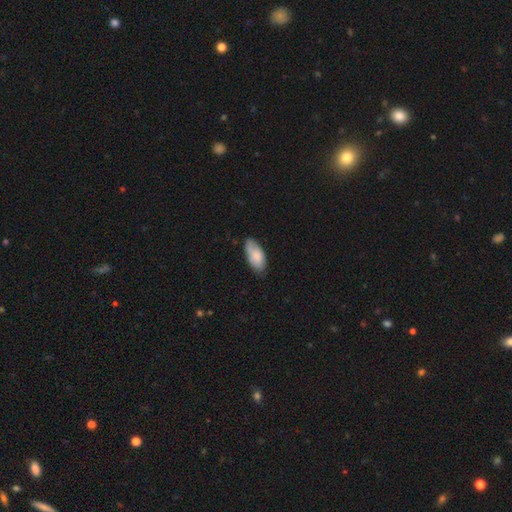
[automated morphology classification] A smooth galaxy with no disk features (79%) that is in between round and cigar-shaped (91%).

Vote fractions:
- Smooth or featured? smooth: 79% / featured or disk: 14% / star or artifact: 6%
- How rounded? in between: 91% / cigar-shaped: 7% / round: 2%
- Merging? none: 70% / minor disturbance: 25% / major disturbance: 4% / merger: 2%